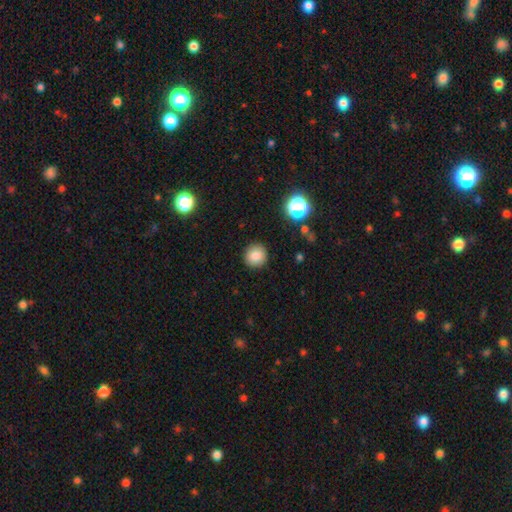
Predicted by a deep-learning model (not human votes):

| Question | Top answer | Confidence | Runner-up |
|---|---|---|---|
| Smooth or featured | smooth | 84% | star or artifact (11%) |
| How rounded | round | 92% | in between (7%) |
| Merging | none | 90% | minor disturbance (6%) |